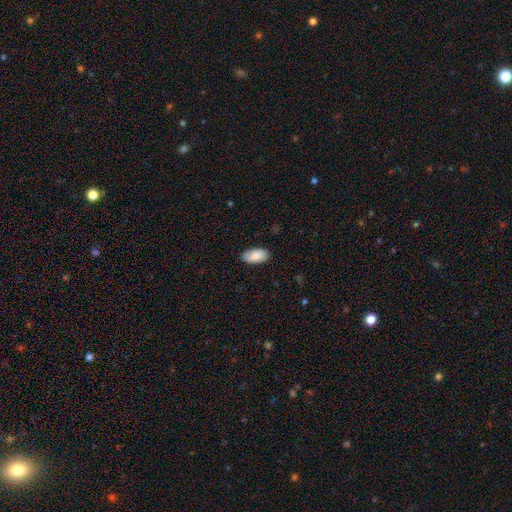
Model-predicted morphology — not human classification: This appears to be a smooth galaxy with no disk features (89%) that is in between round and cigar-shaped (95%). Merging: none (87%).